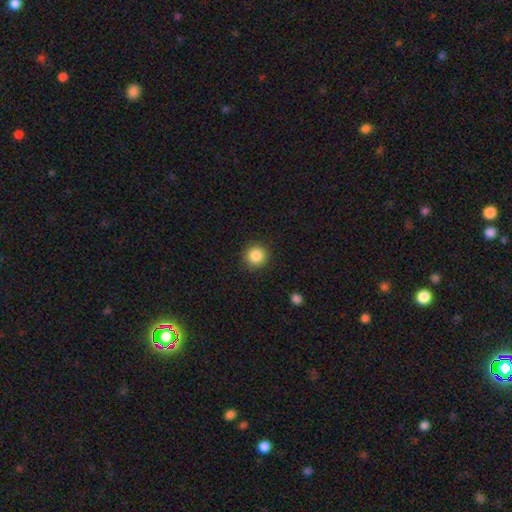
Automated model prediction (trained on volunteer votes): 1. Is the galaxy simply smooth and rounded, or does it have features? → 86% smooth, 10% star or artifact, 4% featured or disk.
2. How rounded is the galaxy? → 94% round, 5% in between, 1% cigar-shaped.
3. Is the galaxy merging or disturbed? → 91% none, 6% minor disturbance, 2% major disturbance, 1% merger.